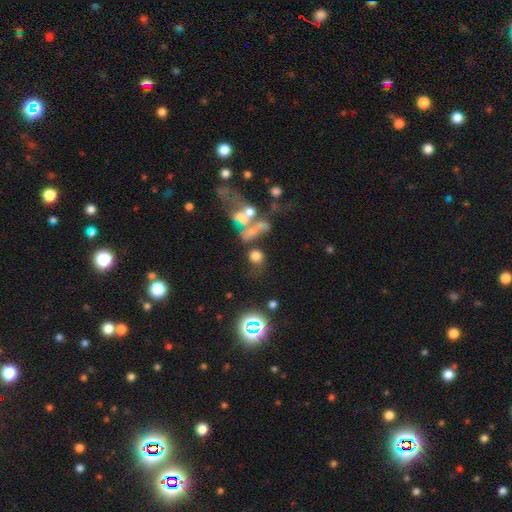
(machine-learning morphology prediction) Smooth or featured? smooth (60%)
How rounded? round (71%)
Merging? none (35%)